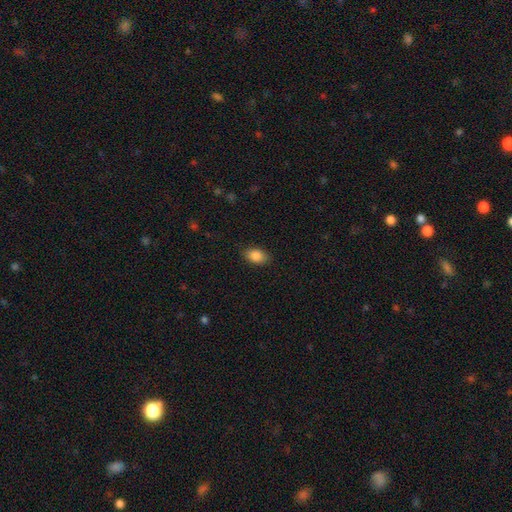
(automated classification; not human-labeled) smooth 87%, star or artifact 8%, featured or disk 5%. Down the decision tree: how rounded — in between (88%); merging — none (86%).